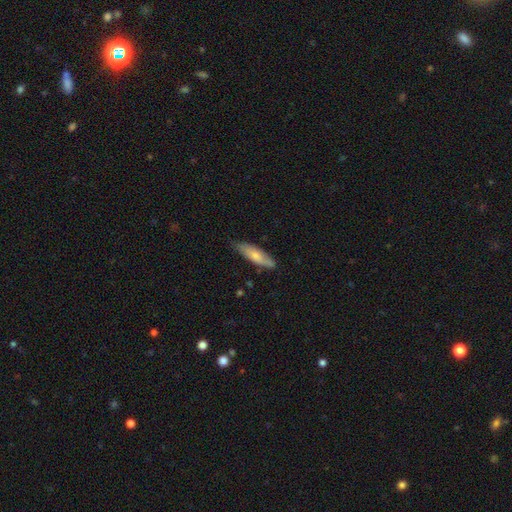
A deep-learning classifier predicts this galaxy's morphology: smooth_or_featured: smooth (p=0.66) [alt: featured or disk p=0.29]
how_rounded: cigar-shaped (p=0.54) [alt: in between p=0.44]
merging: none (p=0.74) [alt: minor disturbance p=0.22]